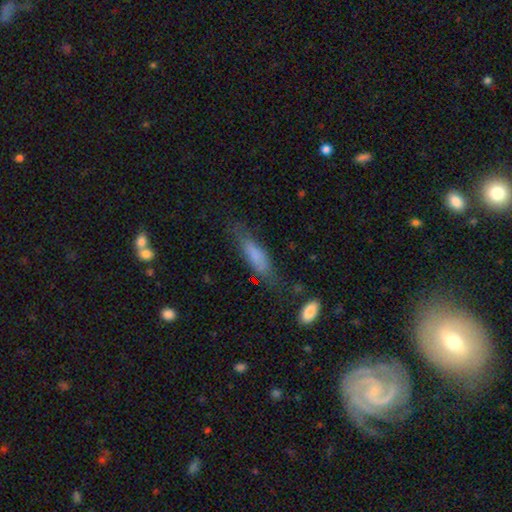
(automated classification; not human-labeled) Overall: smooth (74%). How rounded: cigar-shaped (65%; in between 33%). Merging: none (64%).